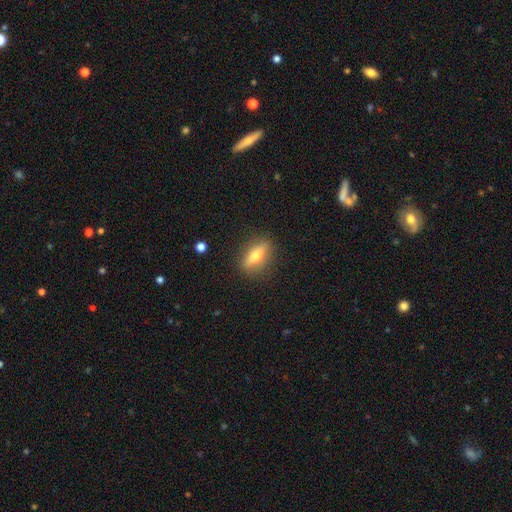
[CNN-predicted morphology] smooth 48%, featured or disk 45%, star or artifact 8%. Down the decision tree: merging — none (86%).